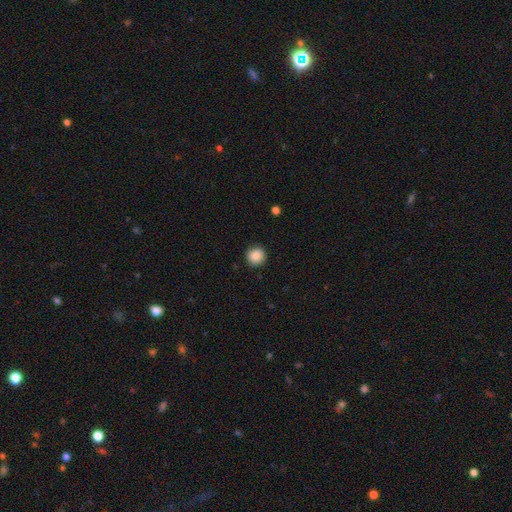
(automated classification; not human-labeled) Smooth or featured? Predicted: smooth (p=0.86). How rounded? Predicted: round (p=0.94). Merging? Predicted: none (p=0.90).